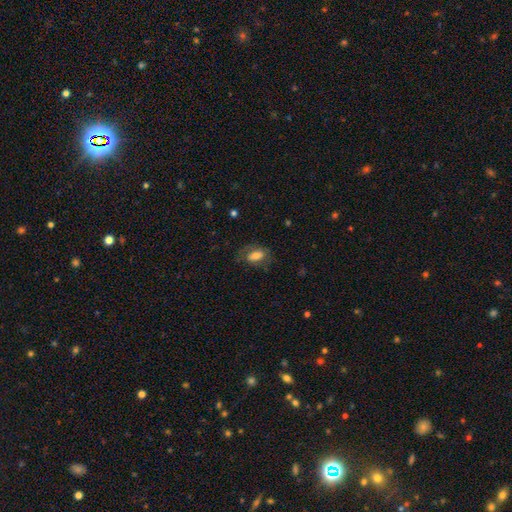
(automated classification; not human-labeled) smooth 62%, featured or disk 29%, star or artifact 9%. Down the decision tree: how rounded — in between (88%); merging — none (62%).